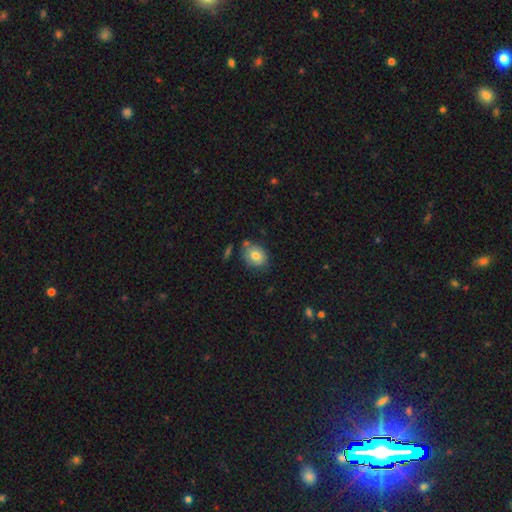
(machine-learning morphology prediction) Smooth or featured: smooth — 78% (featured or disk — 14%)
How rounded: in between — 56% (round — 43%)
Merging: none — 70% (minor disturbance — 18%)